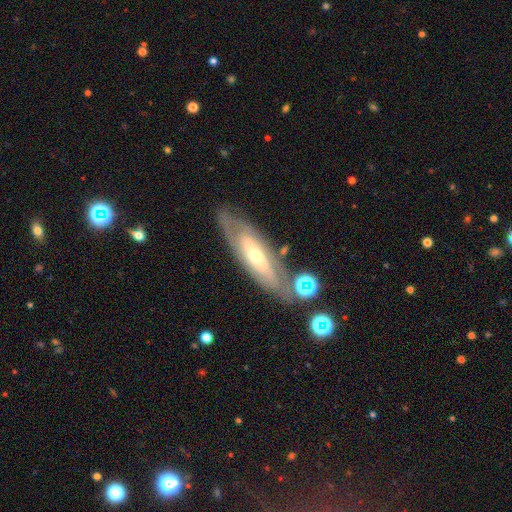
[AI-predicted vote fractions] featured or disk 72%, smooth 21%, star or artifact 7%. Down the decision tree: edge-on disk — no (74%); bar — no (59%); spiral arms — yes (66%); bulge size — small (53%); merging — none (75%).